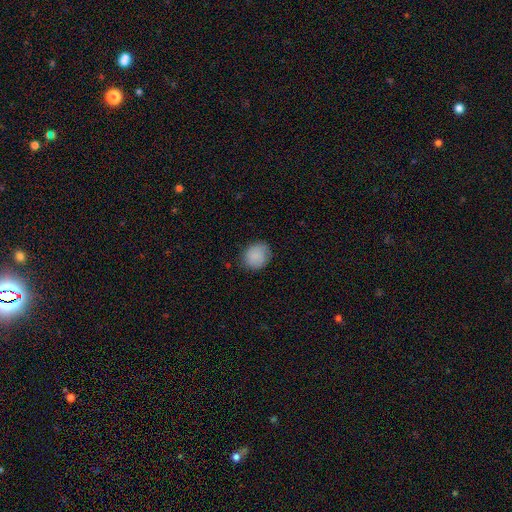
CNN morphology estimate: smooth 79%, featured or disk 13%, star or artifact 8%. Down the decision tree: how rounded — round (71%); merging — none (76%).